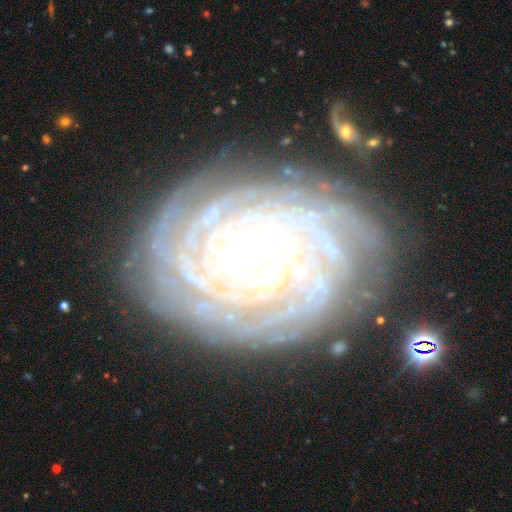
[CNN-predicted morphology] Smooth or featured? Predicted: featured or disk (p=0.90). Edge-on disk? Predicted: no (p=0.97). Bar? Predicted: no (p=0.53). Spiral arms? Predicted: yes (p=0.98). Spiral winding? Predicted: tight (p=0.88). Spiral arm count? Predicted: more than 4 (p=0.32). Bulge size? Predicted: moderate (p=0.60). Merging? Predicted: none (p=0.79).